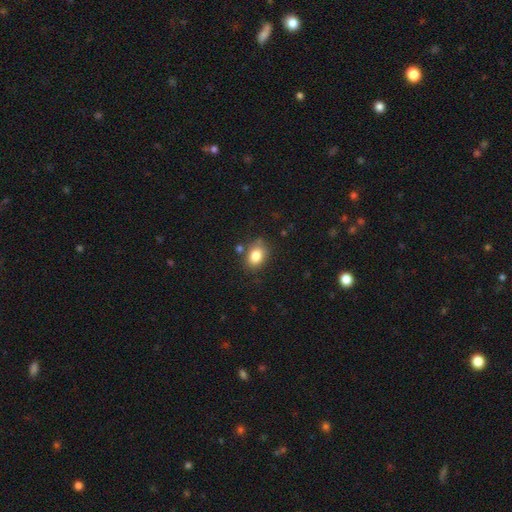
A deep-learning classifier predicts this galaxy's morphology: This appears to be a smooth galaxy with no disk features (82%) that is in between round and cigar-shaped (67%). Merging: none (75%).